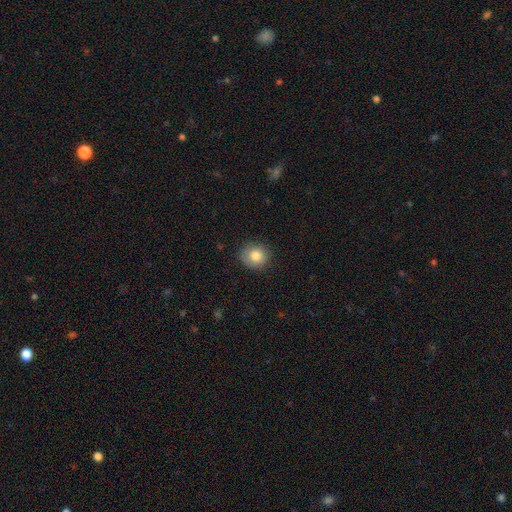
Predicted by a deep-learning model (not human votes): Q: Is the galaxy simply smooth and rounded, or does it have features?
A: smooth — 84%.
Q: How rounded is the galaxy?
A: round — 83%.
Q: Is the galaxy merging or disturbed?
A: none — 82%.